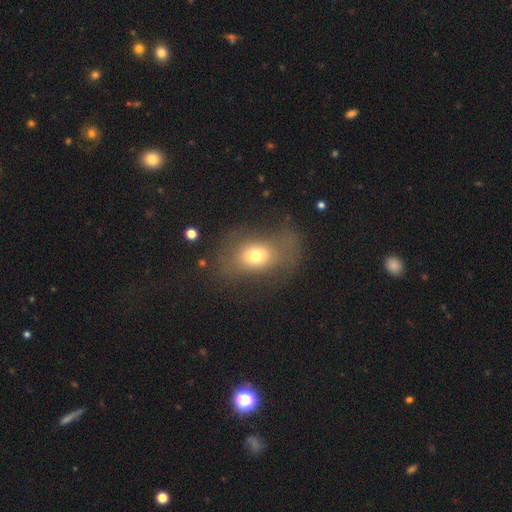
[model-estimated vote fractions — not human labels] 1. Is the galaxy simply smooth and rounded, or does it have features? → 68% smooth, 19% featured or disk, 13% star or artifact.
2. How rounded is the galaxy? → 67% in between, 31% round, 2% cigar-shaped.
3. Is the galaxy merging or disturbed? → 51% none, 25% major disturbance, 22% minor disturbance, 3% merger.